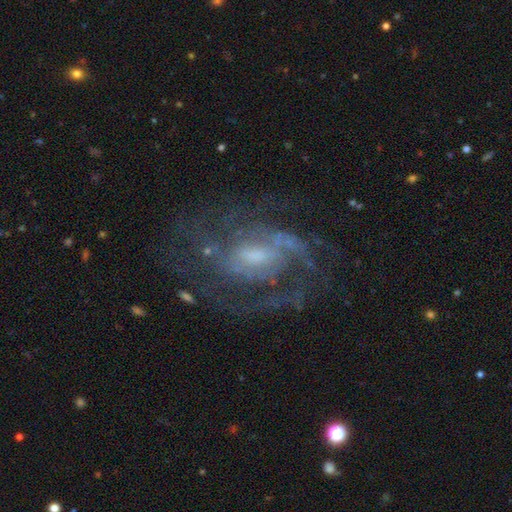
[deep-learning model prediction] Smooth or featured?
  - featured or disk: 84% *
  - star or artifact: 9%
  - smooth: 7%
Edge-on disk?
  - no: 97% *
  - yes: 3%
Bar?
  - weak: 48% *
  - no: 40%
  - strong: 12%
Spiral arms?
  - yes: 90% *
  - no: 10%
Spiral winding?
  - medium: 45% *
  - tight: 37%
  - loose: 17%
Spiral arm count?
  - 2: 34% *
  - can't tell: 32%
  - 3: 16%
  - 1: 7%
  - 4: 7%
  - more than 4: 5%
Bulge size?
  - moderate: 43% *
  - small: 40%
  - none: 10%
  - large: 6%
  - dominant: 1%
Merging?
  - none: 61% *
  - major disturbance: 19%
  - minor disturbance: 18%
  - merger: 2%